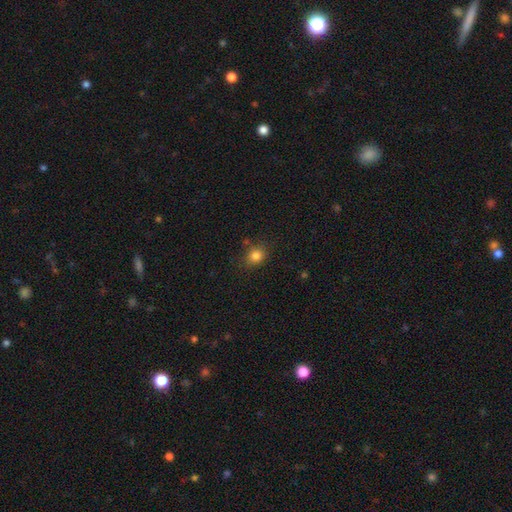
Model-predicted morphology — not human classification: Smooth or featured?
  - smooth: 83% *
  - star or artifact: 12%
  - featured or disk: 5%
How rounded?
  - round: 67% *
  - in between: 32%
  - cigar-shaped: 1%
Merging?
  - none: 78% *
  - minor disturbance: 14%
  - major disturbance: 4%
  - merger: 4%